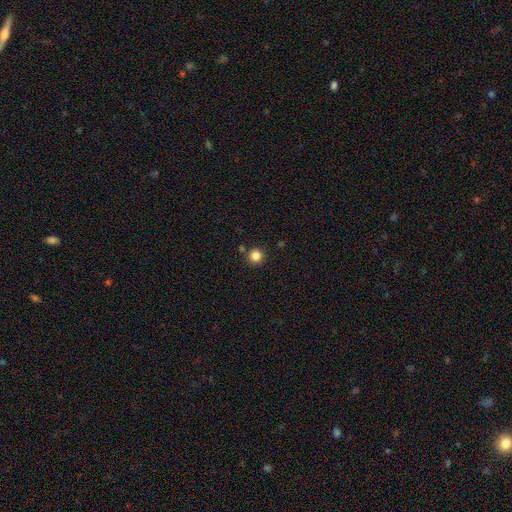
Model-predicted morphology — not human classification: smooth_or_featured: smooth (p=0.84) [alt: star or artifact p=0.12]
how_rounded: round (p=0.96) [alt: in between p=0.03]
merging: none (p=0.88) [alt: minor disturbance p=0.06]